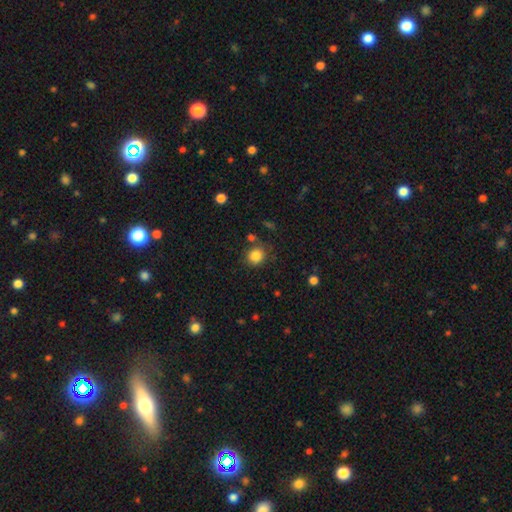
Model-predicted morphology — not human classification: type=smooth (85%); roundness=round (87%); merging=none (78%).